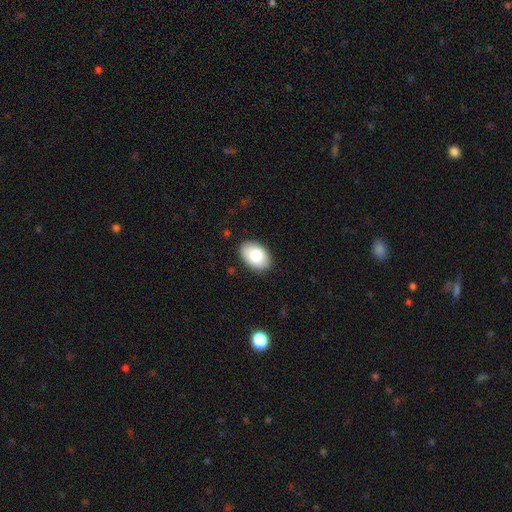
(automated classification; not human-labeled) smooth_or_featured: smooth (p=0.81) [alt: featured or disk p=0.12]
how_rounded: in between (p=0.90) [alt: round p=0.09]
merging: none (p=0.87) [alt: minor disturbance p=0.10]